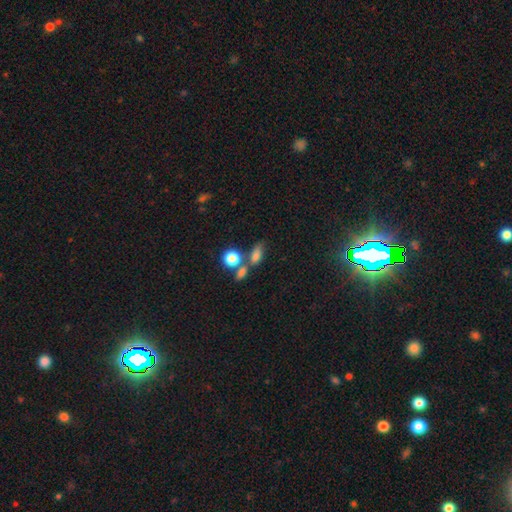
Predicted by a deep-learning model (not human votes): smooth 76%, star or artifact 13%, featured or disk 11%. Down the decision tree: how rounded — in between (70%); merging — none (47%).